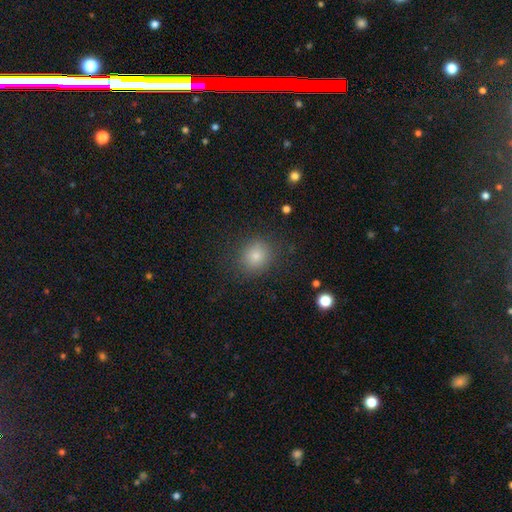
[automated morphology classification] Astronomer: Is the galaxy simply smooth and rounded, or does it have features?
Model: smooth — 78%.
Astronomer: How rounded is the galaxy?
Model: round — 78%.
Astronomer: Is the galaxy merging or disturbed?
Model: none — 85%.